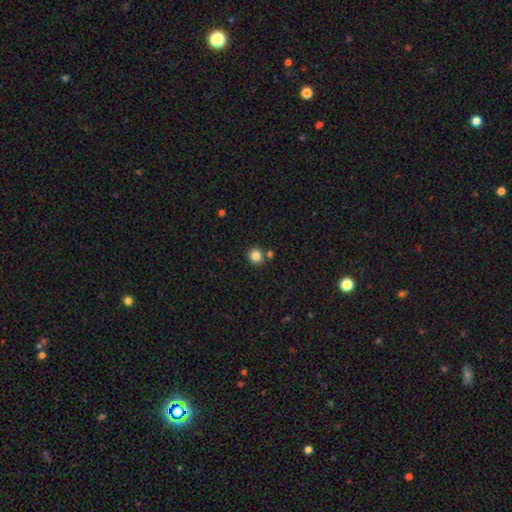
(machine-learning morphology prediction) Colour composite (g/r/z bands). It shows a smooth galaxy with no disk features (84%) that is round (86%). Merging: none (80%).